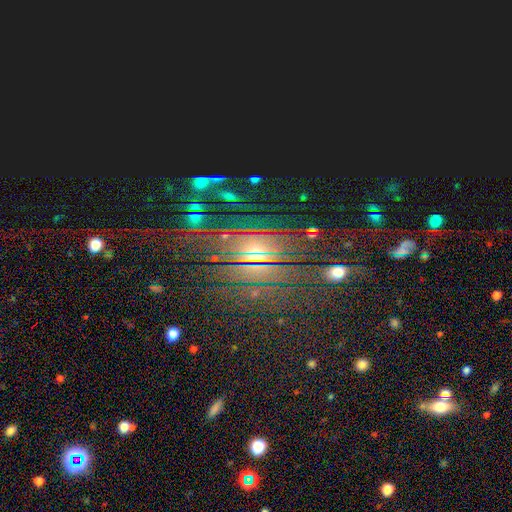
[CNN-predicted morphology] Smooth or featured? Predicted: star or artifact (p=0.56).